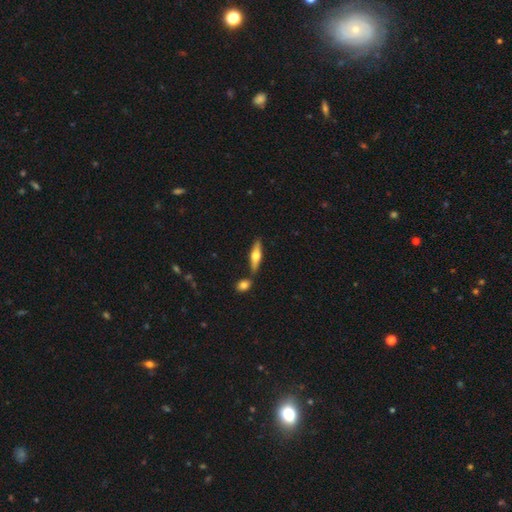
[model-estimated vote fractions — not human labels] smooth_or_featured: featured or disk (p=0.50) [alt: smooth p=0.45]
merging: none (p=0.75) [alt: merger p=0.13]